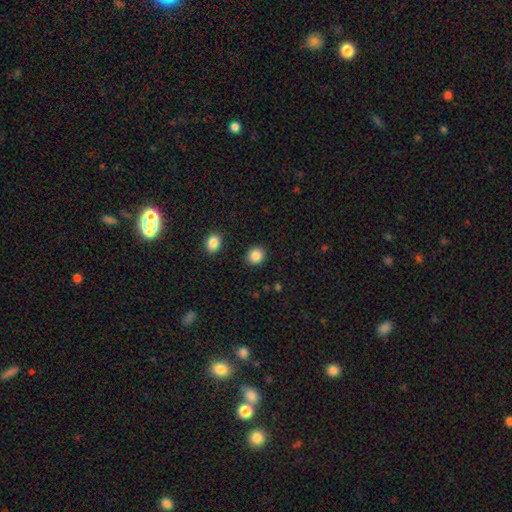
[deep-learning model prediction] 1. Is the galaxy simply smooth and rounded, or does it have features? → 87% smooth, 9% star or artifact, 3% featured or disk.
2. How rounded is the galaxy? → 80% round, 19% in between, 1% cigar-shaped.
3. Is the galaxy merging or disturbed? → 89% none, 7% minor disturbance, 2% major disturbance, 2% merger.